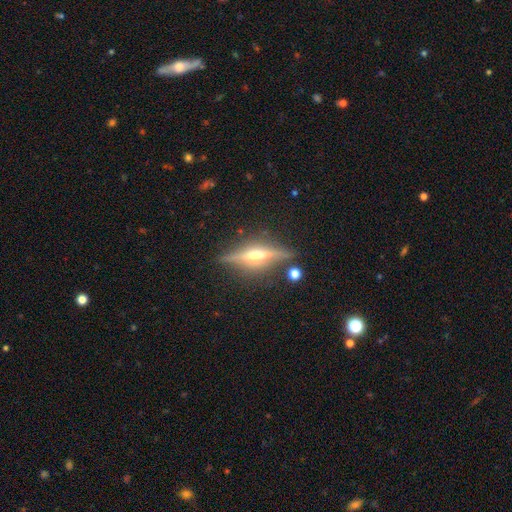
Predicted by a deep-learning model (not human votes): This is likely a featured or disk galaxy (79%). It is clearly viewed edge-on (95%). Edge-on bulge: clearly rounded (85%). Merging: clearly none (83%).